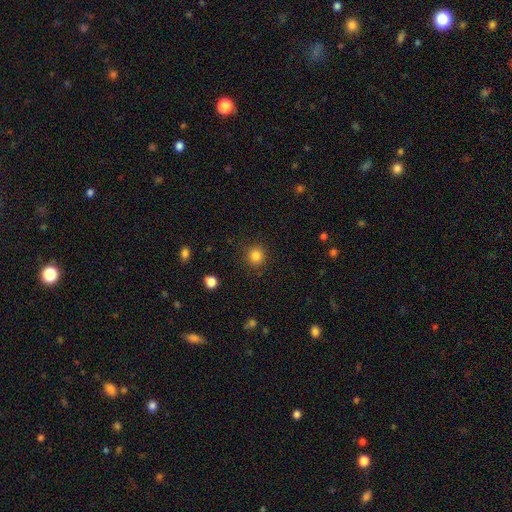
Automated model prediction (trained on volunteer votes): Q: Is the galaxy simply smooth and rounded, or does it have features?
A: smooth — 84%.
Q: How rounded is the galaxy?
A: round — 91%.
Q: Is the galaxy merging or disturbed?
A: none — 89%.